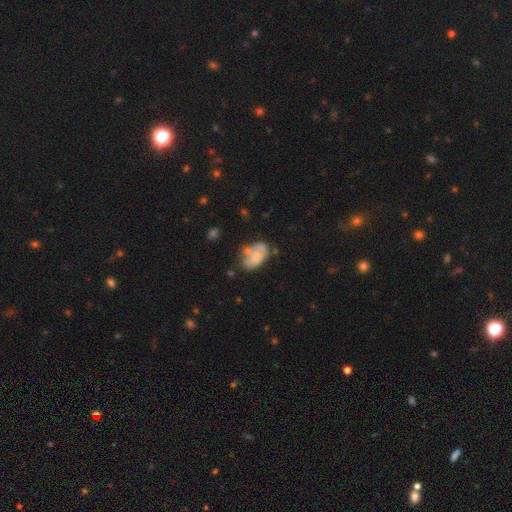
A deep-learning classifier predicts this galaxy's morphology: Smooth or featured?
  - smooth: 54% *
  - featured or disk: 37%
  - star or artifact: 8%
How rounded?
  - in between: 90% *
  - round: 9%
  - cigar-shaped: 2%
Merging?
  - none: 33% *
  - minor disturbance: 27%
  - merger: 24%
  - major disturbance: 16%